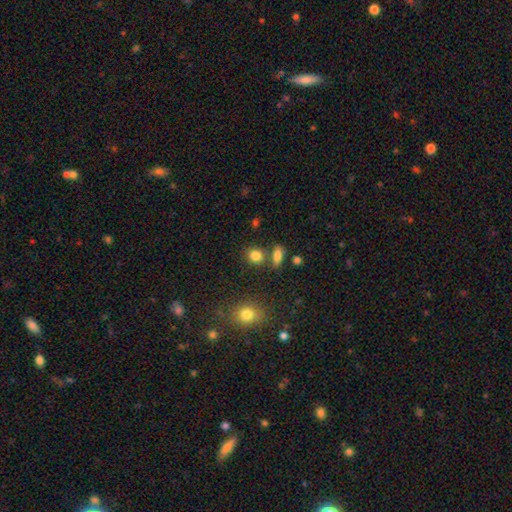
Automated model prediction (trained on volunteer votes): Q: Smooth or featured?
A: smooth (82%); runner-up: star or artifact (11%)
Q: How rounded?
A: round (68%); runner-up: in between (30%)
Q: Merging?
A: none (70%); runner-up: merger (16%)